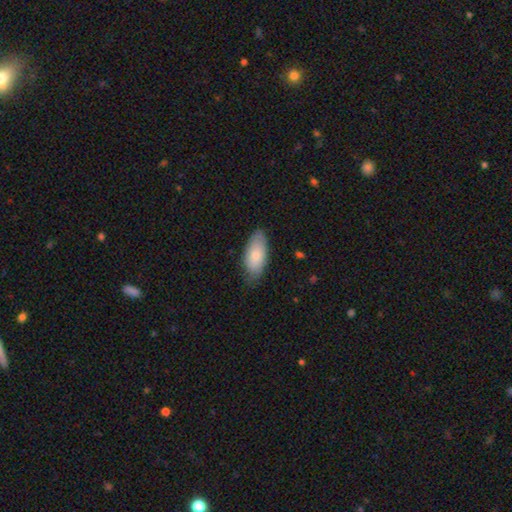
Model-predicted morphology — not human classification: A smooth galaxy with no disk features (71%) that is in between round and cigar-shaped (92%). Merging: none (71%).